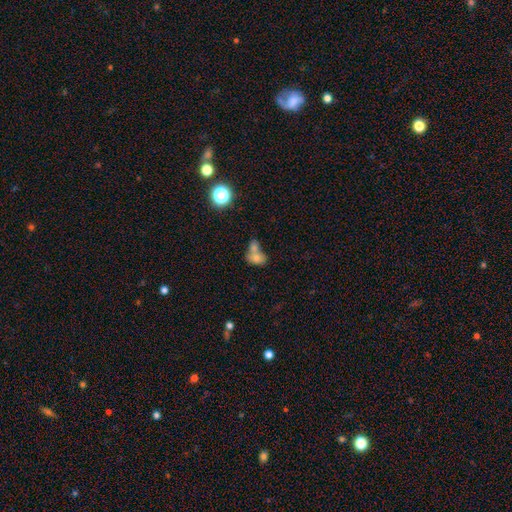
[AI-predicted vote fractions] Morphology: type=smooth (69%); roundness=in between (62%); merging=merger (65%).